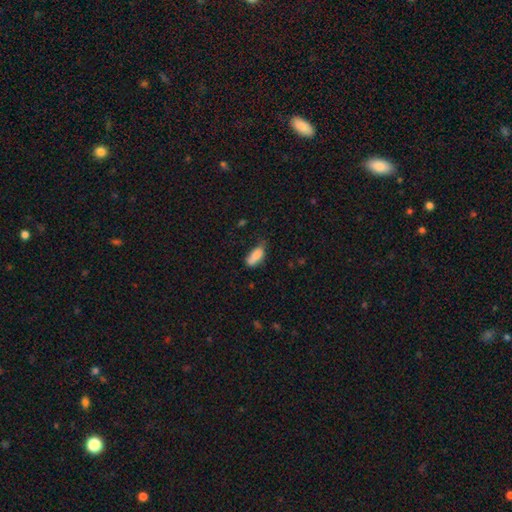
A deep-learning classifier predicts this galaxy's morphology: smooth-or-featured: smooth: 85% | star or artifact: 8% | featured or disk: 7%
  how-rounded: in between: 76% | cigar-shaped: 22% | round: 2%
  merging: none: 52% | minor disturbance: 35% | major disturbance: 10% | merger: 3%